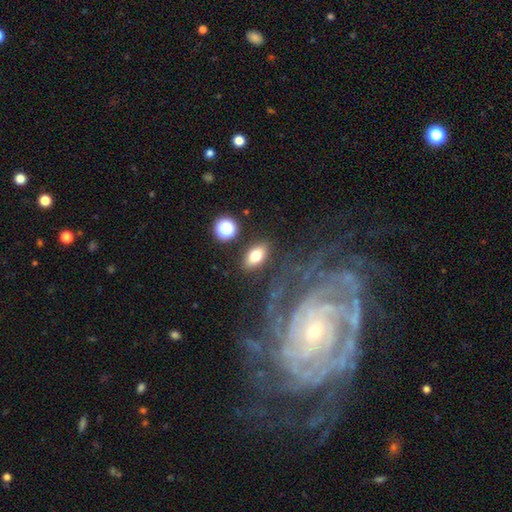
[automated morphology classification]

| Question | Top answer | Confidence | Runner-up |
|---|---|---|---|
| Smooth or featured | smooth | 75% | featured or disk (15%) |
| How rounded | in between | 87% | round (9%) |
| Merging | none | 84% | minor disturbance (10%) |